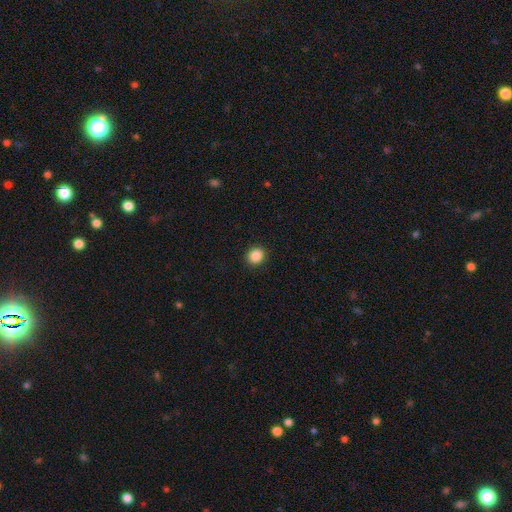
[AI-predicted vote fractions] Overall: smooth (88%). How rounded: round (83%). Merging: none (92%).